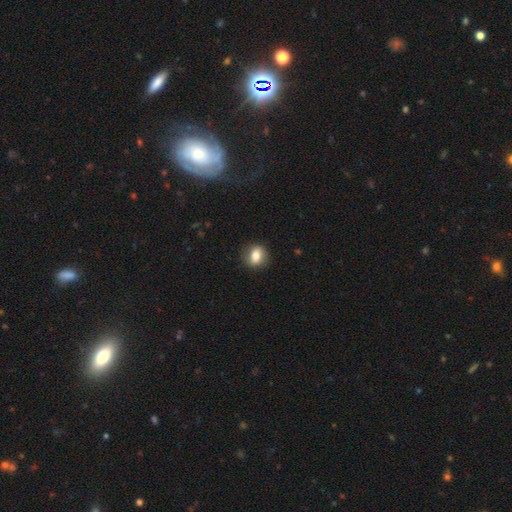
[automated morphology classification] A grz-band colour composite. It shows a smooth galaxy with no disk features (73%) that is round (64%). Merging: none (87%).